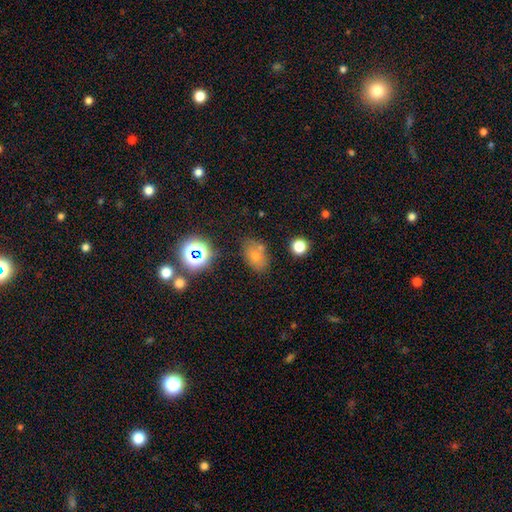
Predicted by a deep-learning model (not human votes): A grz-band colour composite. It shows a smooth galaxy with no disk features (61%) that is in between round and cigar-shaped (77%). Merging: none (70%).